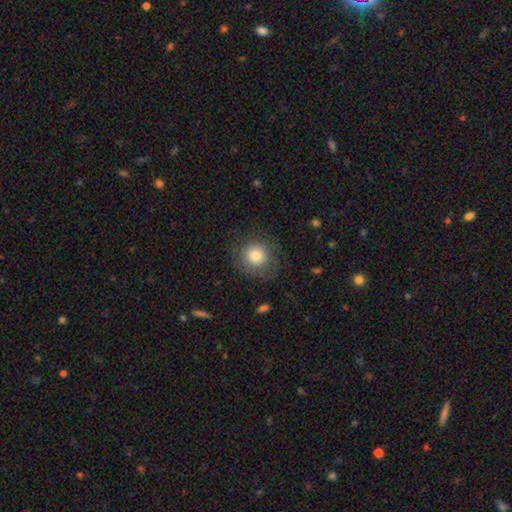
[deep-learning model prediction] Smooth or featured? Predicted: smooth (p=0.74). How rounded? Predicted: round (p=0.92). Merging? Predicted: none (p=0.77).